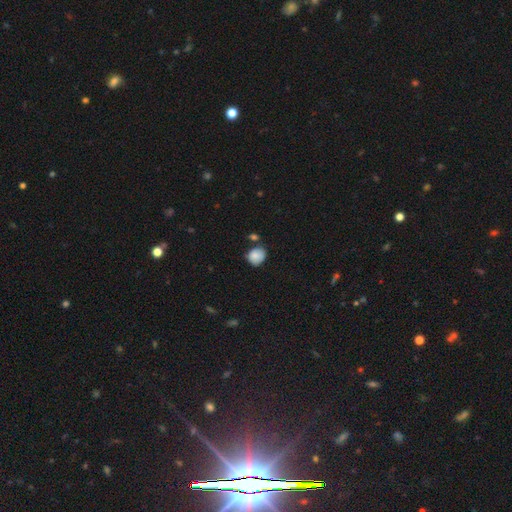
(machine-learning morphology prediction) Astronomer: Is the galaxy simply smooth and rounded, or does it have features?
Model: smooth — 84%.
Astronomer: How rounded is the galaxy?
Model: round — 70%.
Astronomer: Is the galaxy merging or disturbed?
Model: none — 64%.